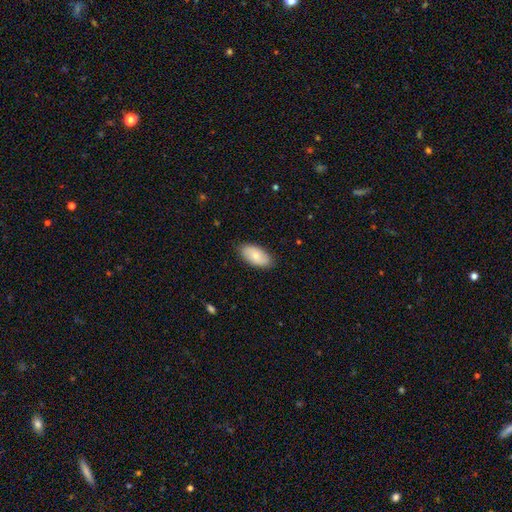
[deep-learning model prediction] smooth-or-featured: smooth: 73% | featured or disk: 21% | star or artifact: 6%
  how-rounded: in between: 94% | cigar-shaped: 3% | round: 3%
  merging: none: 85% | minor disturbance: 12% | major disturbance: 2% | merger: 1%